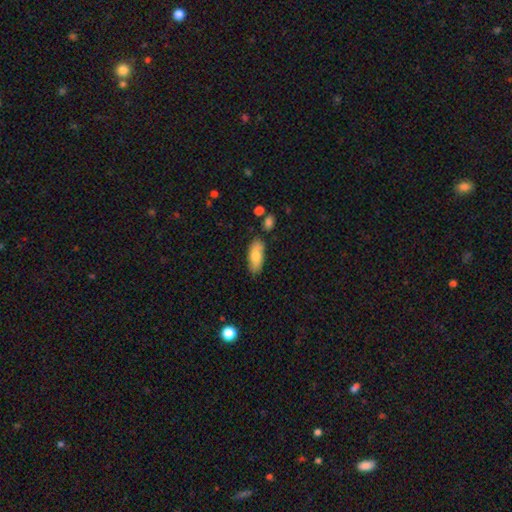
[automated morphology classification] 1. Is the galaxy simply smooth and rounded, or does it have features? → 77% smooth, 17% featured or disk, 7% star or artifact.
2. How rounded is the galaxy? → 80% in between, 17% cigar-shaped, 2% round.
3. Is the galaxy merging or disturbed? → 81% none, 13% minor disturbance, 3% merger, 2% major disturbance.